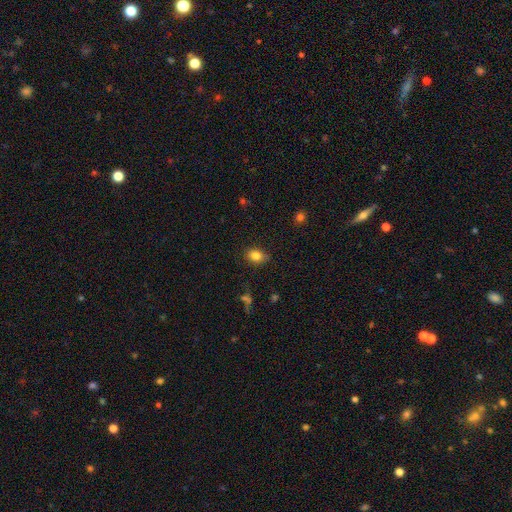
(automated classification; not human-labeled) Q: Smooth or featured?
A: smooth (83%); runner-up: star or artifact (10%)
Q: How rounded?
A: in between (68%); runner-up: round (31%)
Q: Merging?
A: none (81%); runner-up: minor disturbance (14%)